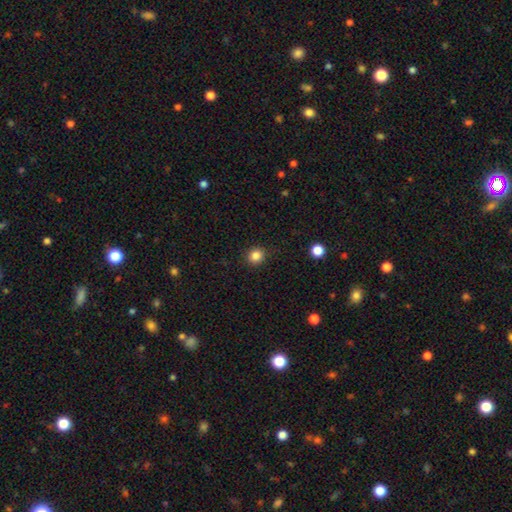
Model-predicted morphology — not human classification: smooth_or_featured: smooth (p=0.85) [alt: star or artifact p=0.11]
how_rounded: round (p=0.83) [alt: in between p=0.16]
merging: none (p=0.89) [alt: minor disturbance p=0.07]